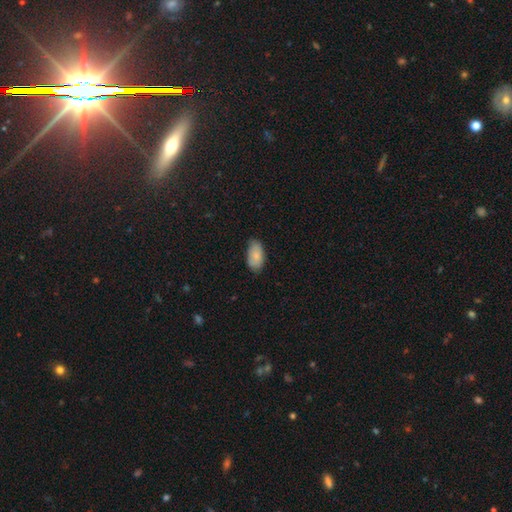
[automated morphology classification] A smooth galaxy with no disk features (80%) that is in between round and cigar-shaped (94%).

Vote fractions:
- Smooth or featured? smooth: 80% / featured or disk: 13% / star or artifact: 6%
- How rounded? in between: 94% / round: 3% / cigar-shaped: 2%
- Merging? none: 71% / minor disturbance: 25% / major disturbance: 4% / merger: 1%